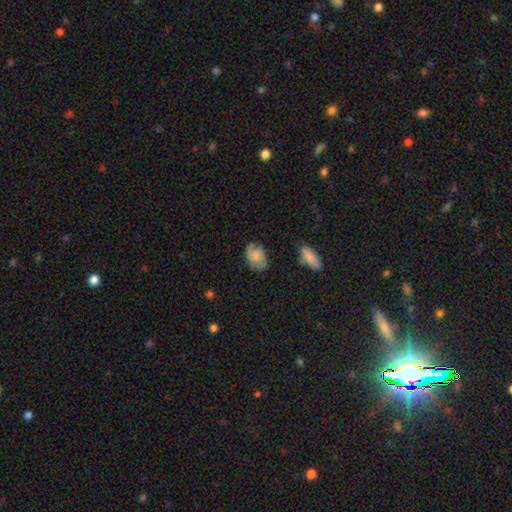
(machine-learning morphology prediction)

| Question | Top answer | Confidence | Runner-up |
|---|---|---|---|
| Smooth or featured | smooth | 66% | featured or disk (26%) |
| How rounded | in between | 80% | round (18%) |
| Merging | none | 69% | minor disturbance (23%) |